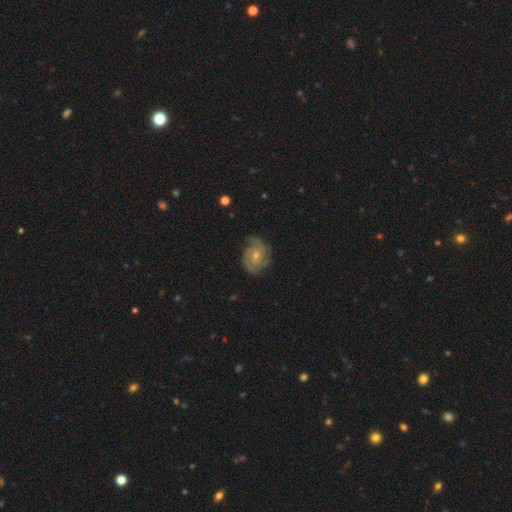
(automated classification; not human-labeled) The model was most divided on "spiral arm count": 3: 37%, 2: 24%, can't tell: 18%, 4: 10%, 1: 6%, more than 4: 5%. More confident: edge-on disk — no (98%); spiral arms — yes (96%); smooth or featured — featured or disk (83%); bar — no (73%); merging — none (70%); bulge size — small (61%); spiral winding — tight (52%).